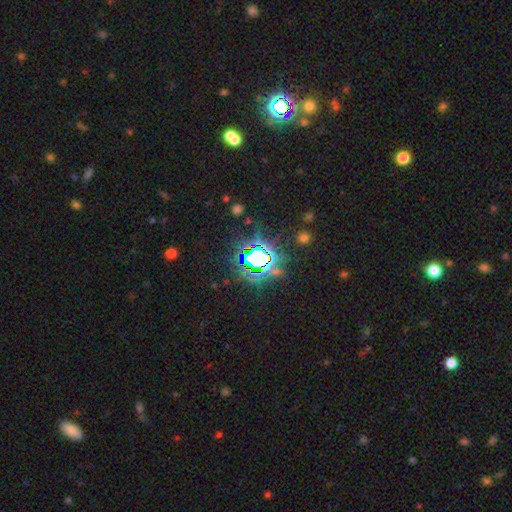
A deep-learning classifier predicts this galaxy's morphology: A star or artifact, not a galaxy (74%).

Vote fractions:
- Smooth or featured? star or artifact: 74% / smooth: 16% / featured or disk: 10%